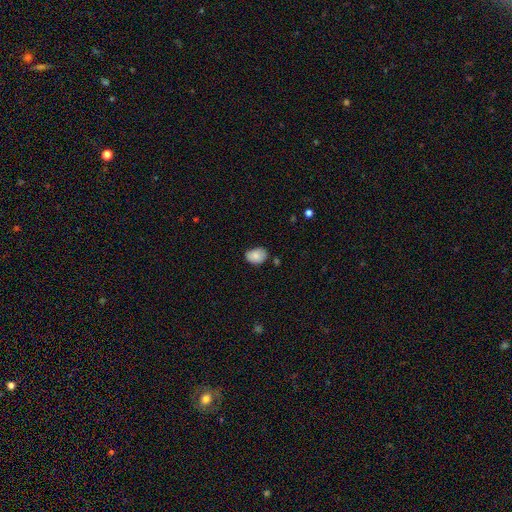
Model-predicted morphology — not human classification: Smooth or featured: smooth — 85% (featured or disk — 8%)
How rounded: in between — 78% (round — 21%)
Merging: none — 69% (minor disturbance — 24%)